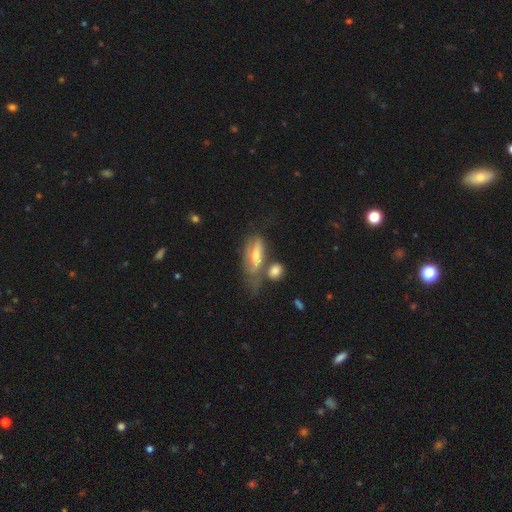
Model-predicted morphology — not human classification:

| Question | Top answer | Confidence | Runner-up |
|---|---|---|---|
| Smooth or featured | featured or disk | 52% | smooth (40%) |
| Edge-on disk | no | 67% | yes (33%) |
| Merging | none | 34% | minor disturbance (24%) |